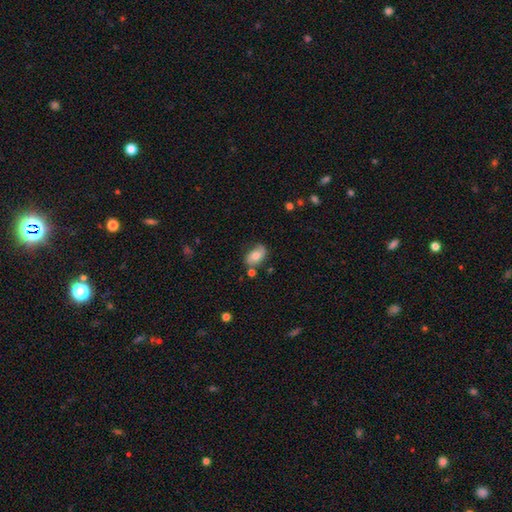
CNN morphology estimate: smooth-or-featured: smooth: 63% | featured or disk: 29% | star or artifact: 8%
  how-rounded: in between: 89% | round: 9% | cigar-shaped: 2%
  merging: none: 65% | minor disturbance: 22% | merger: 7% | major disturbance: 6%